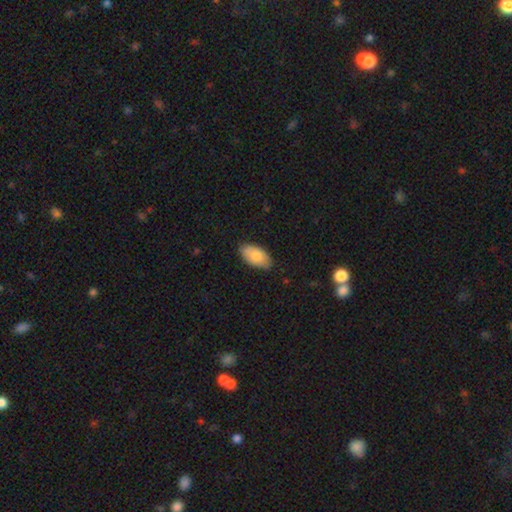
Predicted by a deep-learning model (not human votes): Smooth or featured: smooth — 82% (featured or disk — 12%)
How rounded: in between — 95% (round — 3%)
Merging: none — 83% (minor disturbance — 14%)